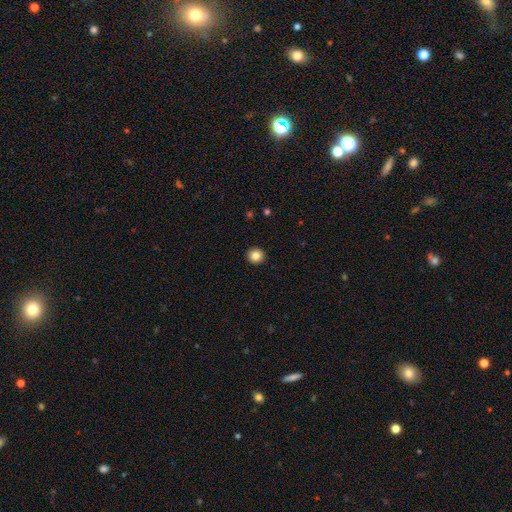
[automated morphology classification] Overall: smooth (85%). How rounded: round (94%). Merging: none (94%).